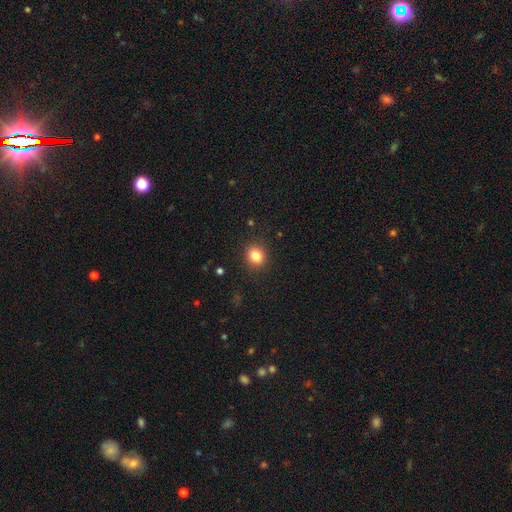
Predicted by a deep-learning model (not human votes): This is clearly a smooth galaxy (83%). How rounded: likely round (68%). Merging: clearly none (88%).